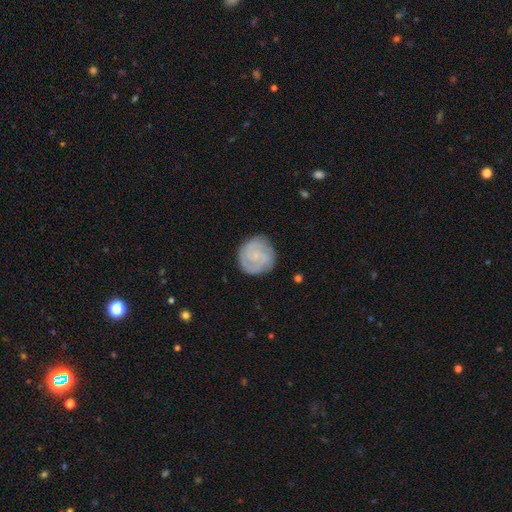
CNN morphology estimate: A featured or disk galaxy (64%) with no bar (71%), 3 (28%, tied with can't tell) tight (63%) spiral arms (91%) and a small central bulge (65%). Merging: none (81%).